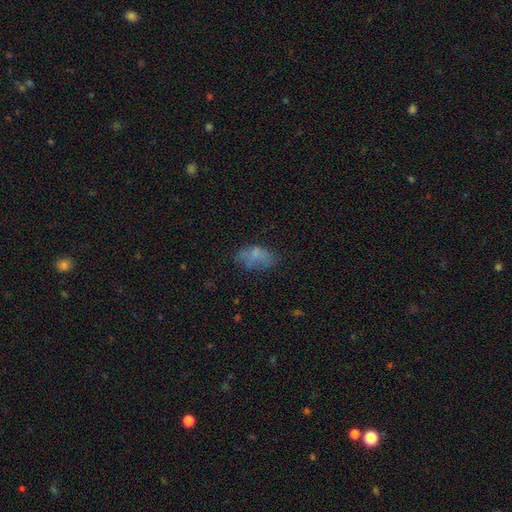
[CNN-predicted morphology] type=smooth (64%); roundness=in between (90%); merging=none (51%).